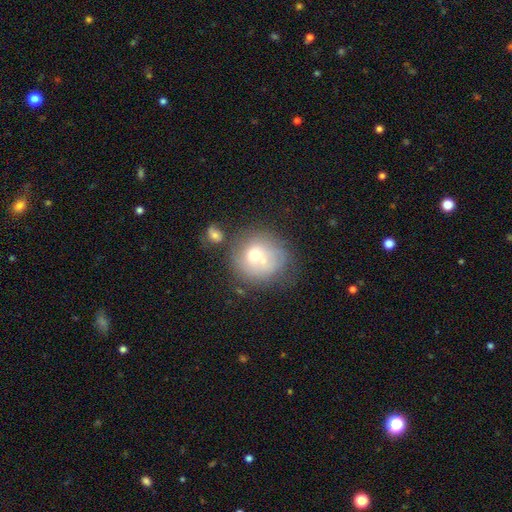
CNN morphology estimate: Smooth or featured: smooth — 59% (featured or disk — 29%)
How rounded: round — 87% (in between — 12%)
Merging: none — 45% (merger — 26%)